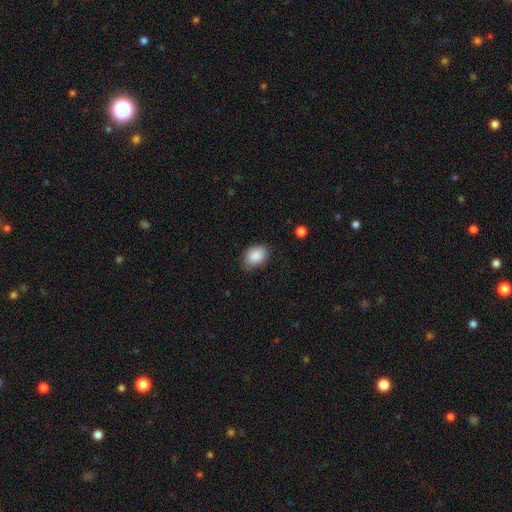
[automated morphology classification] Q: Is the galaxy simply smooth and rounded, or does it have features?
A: smooth — 89%.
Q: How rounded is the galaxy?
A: in between — 86%.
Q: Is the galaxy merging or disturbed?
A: none — 78%.